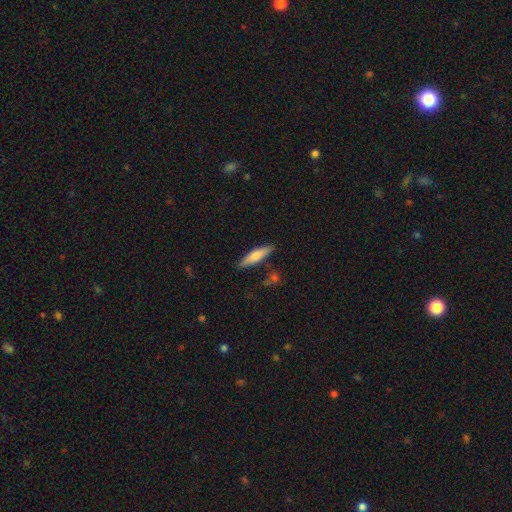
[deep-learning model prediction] A smooth galaxy with no disk features (69%) that is cigar-shaped (76%).

Vote fractions:
- Smooth or featured? smooth: 69% / featured or disk: 25% / star or artifact: 6%
- How rounded? cigar-shaped: 76% / in between: 22% / round: 2%
- Merging? none: 83% / minor disturbance: 12% / merger: 3% / major disturbance: 3%